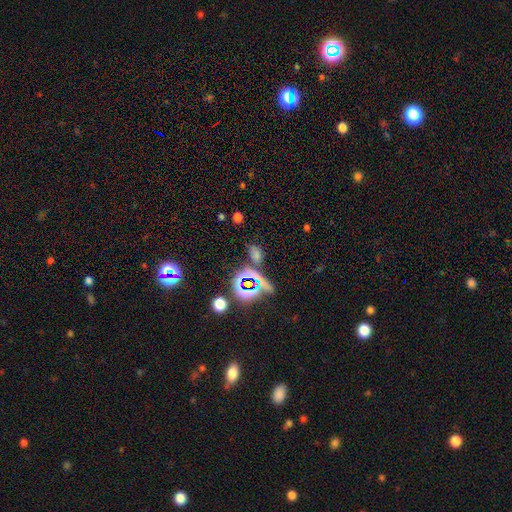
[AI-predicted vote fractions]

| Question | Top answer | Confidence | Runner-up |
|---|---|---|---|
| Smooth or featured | star or artifact | 58% | smooth (29%) |